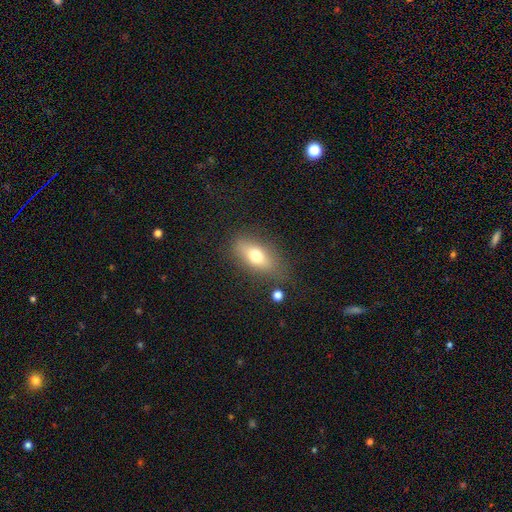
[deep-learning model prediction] Smooth or featured?
  - smooth: 68% *
  - featured or disk: 23%
  - star or artifact: 9%
How rounded?
  - in between: 78% *
  - cigar-shaped: 14%
  - round: 8%
Merging?
  - none: 74% *
  - minor disturbance: 17%
  - major disturbance: 6%
  - merger: 3%